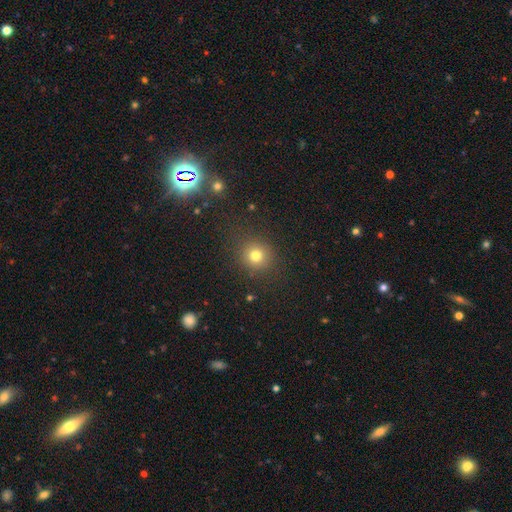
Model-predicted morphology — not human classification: Q: Smooth or featured?
A: smooth (77%); runner-up: star or artifact (16%)
Q: How rounded?
A: round (88%); runner-up: in between (11%)
Q: Merging?
A: none (85%); runner-up: minor disturbance (9%)